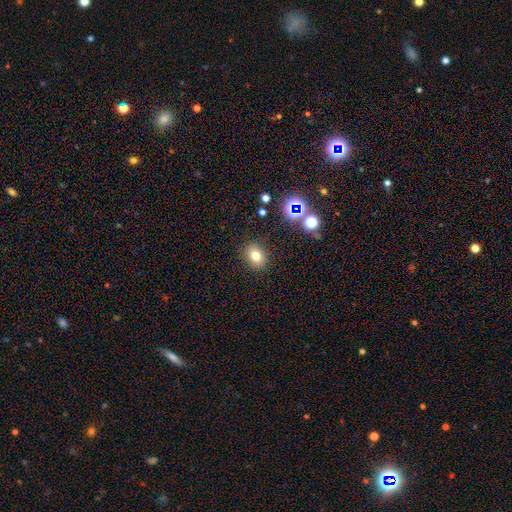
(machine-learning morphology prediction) Smooth or featured?
  - smooth: 75% *
  - star or artifact: 16%
  - featured or disk: 10%
How rounded?
  - in between: 51% *
  - round: 48%
  - cigar-shaped: 1%
Merging?
  - none: 86% *
  - minor disturbance: 9%
  - major disturbance: 3%
  - merger: 2%